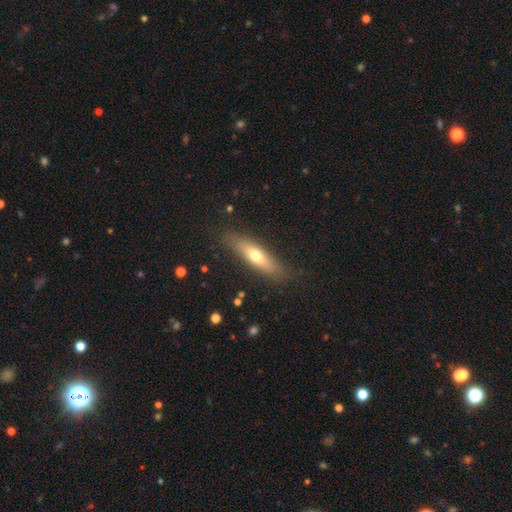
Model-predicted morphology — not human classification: Smooth or featured? Predicted: smooth (p=0.60). How rounded? Predicted: cigar-shaped (p=0.64). Merging? Predicted: none (p=0.84).